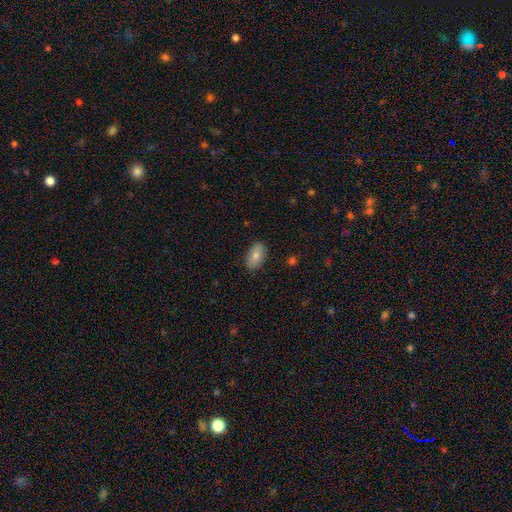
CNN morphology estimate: A smooth galaxy with no disk features (78%) that is in between round and cigar-shaped (92%). Merging: none (87%).